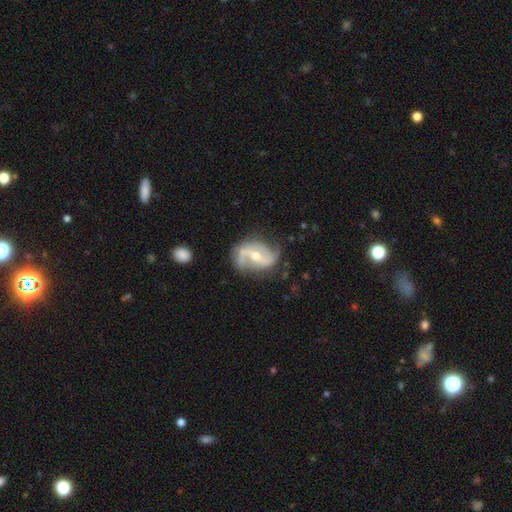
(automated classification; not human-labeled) This appears to be a featured or disk galaxy (86%) with a weak bar (42%), 2 (87%) loose (51%) spiral arms (94%) and a moderate central bulge (59%). Merging: none (65%).